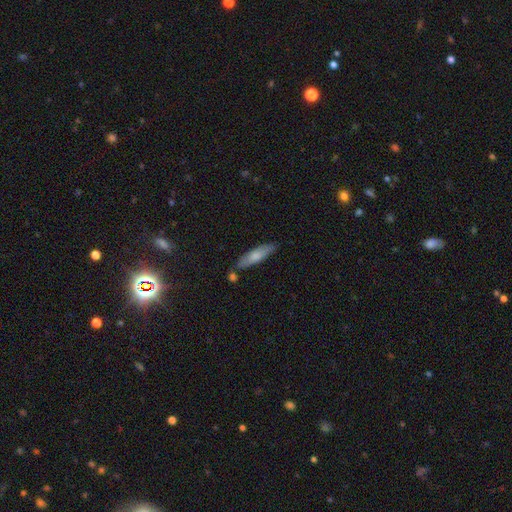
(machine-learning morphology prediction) This is likely a smooth galaxy (70%). How rounded: likely cigar-shaped (71%). Merging: likely none (77%).